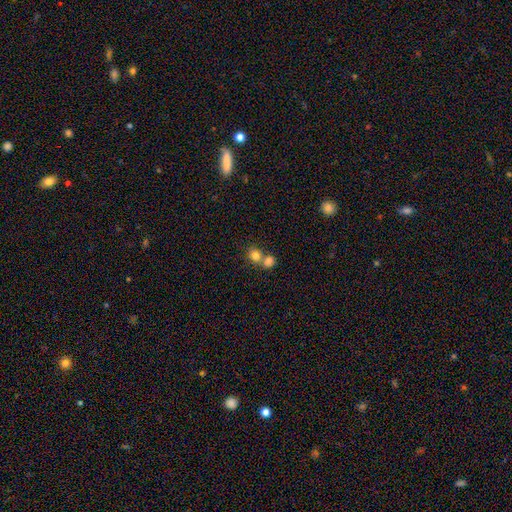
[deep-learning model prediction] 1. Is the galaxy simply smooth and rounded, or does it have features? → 80% smooth, 11% star or artifact, 9% featured or disk.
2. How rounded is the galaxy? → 73% round, 26% in between, 1% cigar-shaped.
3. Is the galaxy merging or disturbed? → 53% merger, 38% none, 6% minor disturbance, 2% major disturbance.